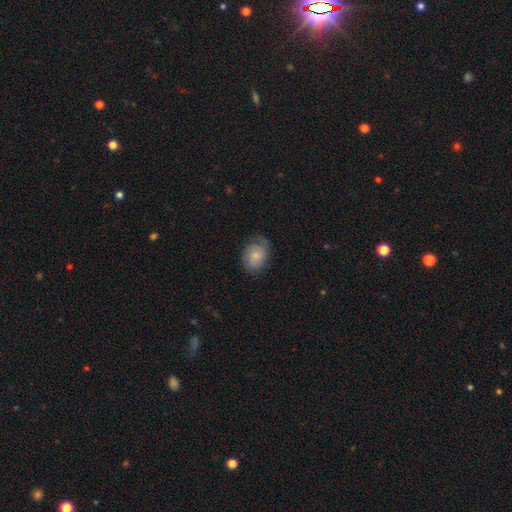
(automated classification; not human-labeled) smooth 48%, featured or disk 45%, star or artifact 7%. Down the decision tree: merging — none (66%).